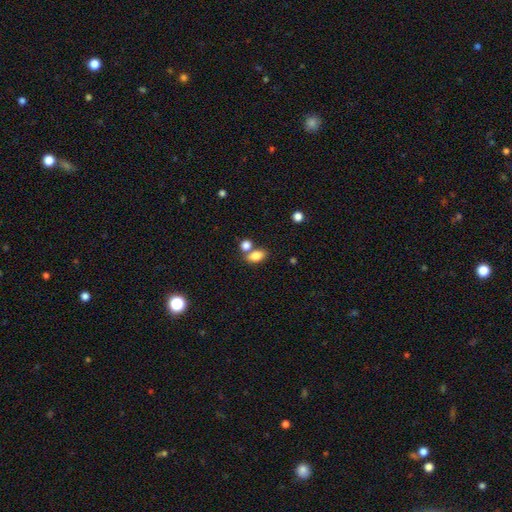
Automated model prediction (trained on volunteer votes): This is clearly a smooth galaxy (83%). How rounded: clearly in between (84%). Merging: possibly none (52%).